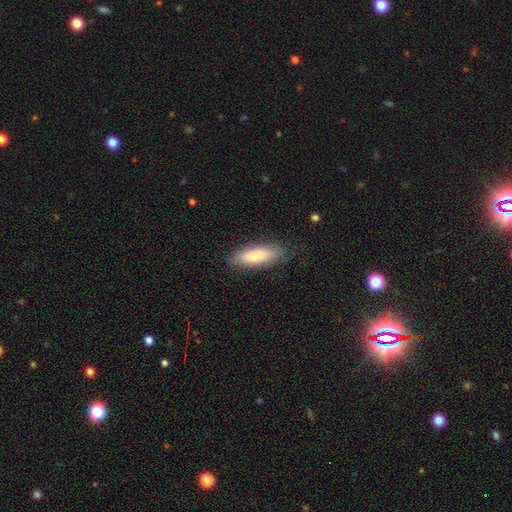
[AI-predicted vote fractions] A smooth galaxy with no disk features (80%) that is in between round and cigar-shaped (53%). Merging: none (82%).